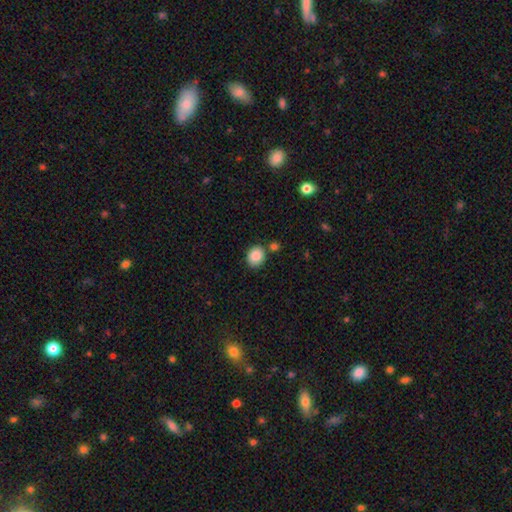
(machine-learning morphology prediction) Overall: smooth (88%). How rounded: round (63%; in between 36%). Merging: none (74%).